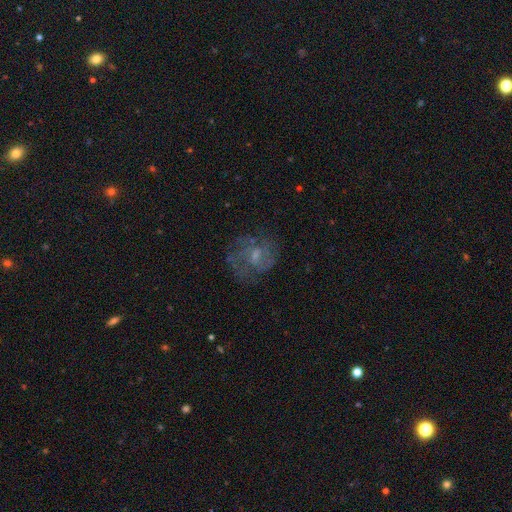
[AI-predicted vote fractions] Smooth or featured? featured or disk (61%)
Edge-on disk? no (98%)
Bar? no (50%)
Spiral arms? yes (61%)
Bulge size? small (51%)
Merging? none (57%)